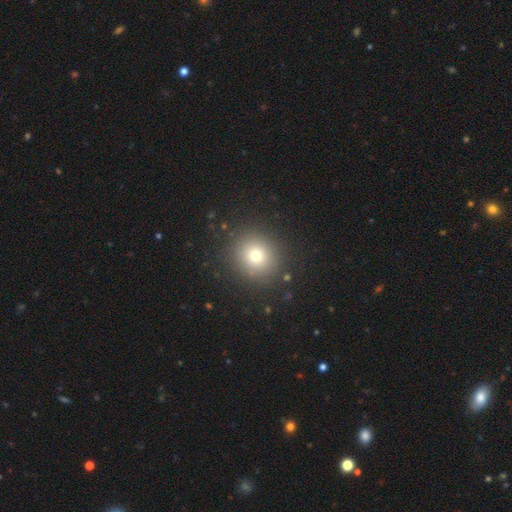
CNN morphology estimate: A smooth galaxy with no disk features (73%) that is round (89%). Merging: none (89%).